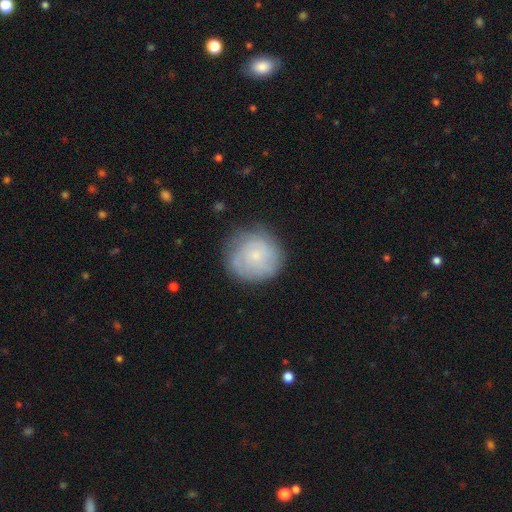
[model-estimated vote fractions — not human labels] smooth_or_featured: featured or disk (p=0.52) [alt: smooth p=0.41]
disk_edge_on: no (p=0.98) [alt: yes p=0.02]
bar: no (p=0.79) [alt: weak p=0.18]
has_spiral_arms: yes (p=0.82) [alt: no p=0.18]
bulge_size: small (p=0.71) [alt: moderate p=0.19]
merging: none (p=0.76) [alt: minor disturbance p=0.17]